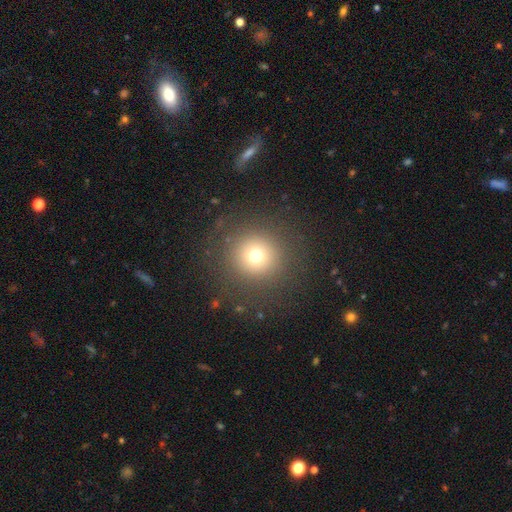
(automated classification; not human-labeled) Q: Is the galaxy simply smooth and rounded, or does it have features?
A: smooth — 71%.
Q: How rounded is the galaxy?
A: round — 95%.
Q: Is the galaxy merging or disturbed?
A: none — 87%.